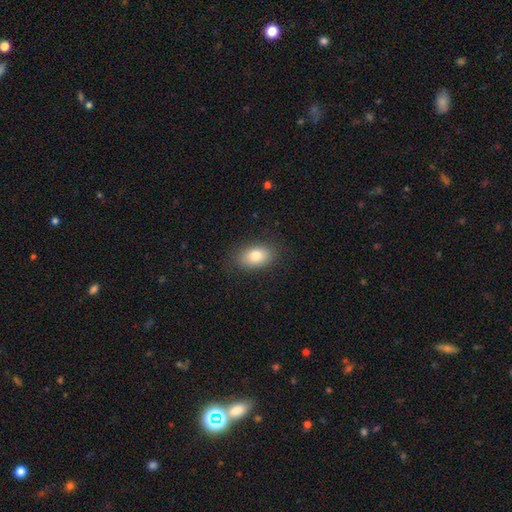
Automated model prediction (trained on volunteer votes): smooth-or-featured: smooth: 80% | featured or disk: 11% | star or artifact: 8%
  how-rounded: in between: 87% | round: 11% | cigar-shaped: 2%
  merging: none: 85% | minor disturbance: 11% | major disturbance: 3% | merger: 1%